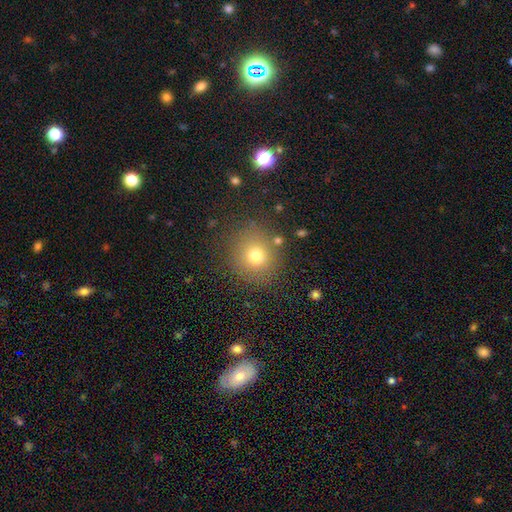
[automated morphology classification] Smooth or featured?
  - smooth: 72% *
  - star or artifact: 16%
  - featured or disk: 11%
How rounded?
  - round: 86% *
  - in between: 13%
  - cigar-shaped: 1%
Merging?
  - none: 82% *
  - minor disturbance: 10%
  - major disturbance: 5%
  - merger: 3%